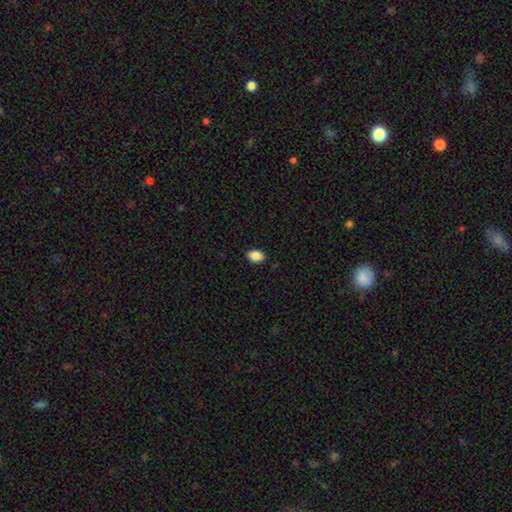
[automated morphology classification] A smooth galaxy with no disk features (88%) that is in between round and cigar-shaped (85%). Merging: none (88%).